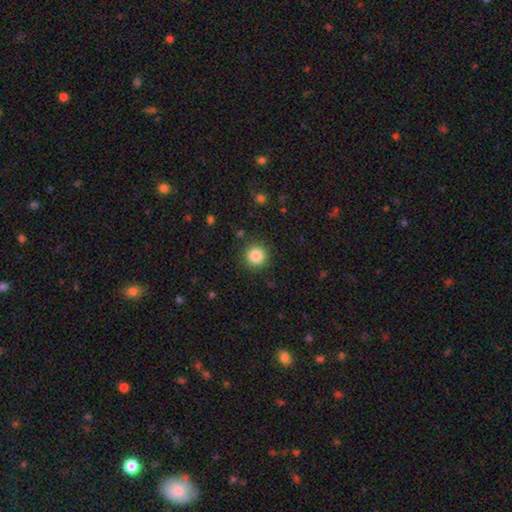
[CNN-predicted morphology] This appears to be a smooth galaxy with no disk features (85%) that is round (95%). Merging: none (90%).